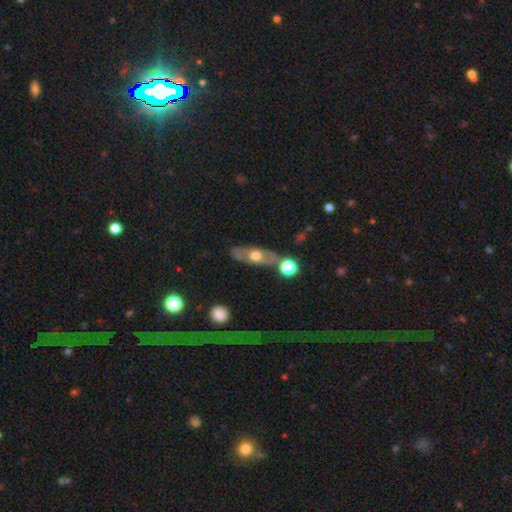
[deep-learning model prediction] A featured or disk galaxy (55%).

Vote fractions:
- Smooth or featured? featured or disk: 55% / smooth: 37% / star or artifact: 8%
- Edge-on disk? no: 51% / yes: 49%
- Merging? none: 73% / minor disturbance: 13% / merger: 9% / major disturbance: 4%